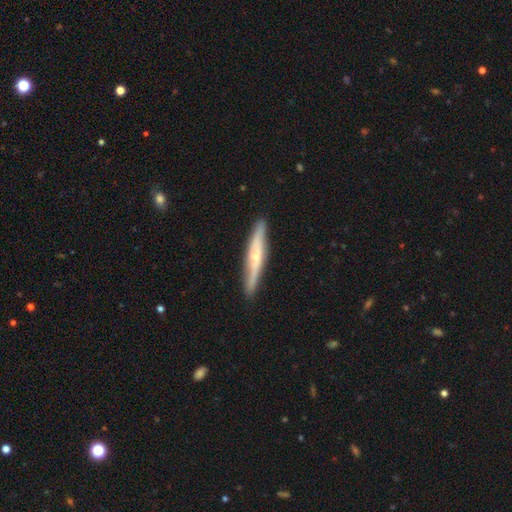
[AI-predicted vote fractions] Overall: featured or disk (59%; smooth 35%). Edge-on disk: yes (87%). Edge-on bulge: rounded (64%; none 28%). Merging: none (86%).